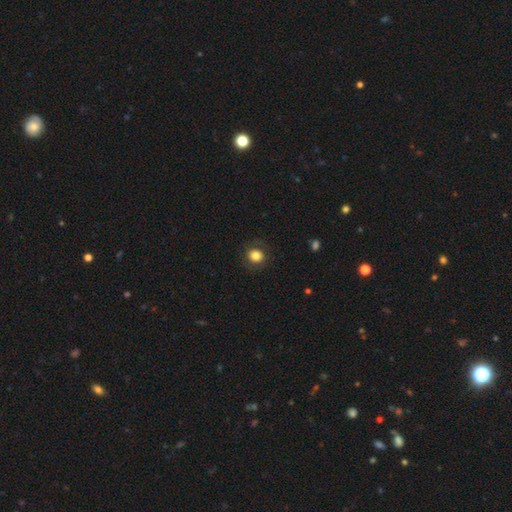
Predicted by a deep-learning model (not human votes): smooth_or_featured: smooth (p=0.82) [alt: star or artifact p=0.10]
how_rounded: round (p=0.78) [alt: in between p=0.21]
merging: none (p=0.84) [alt: minor disturbance p=0.11]